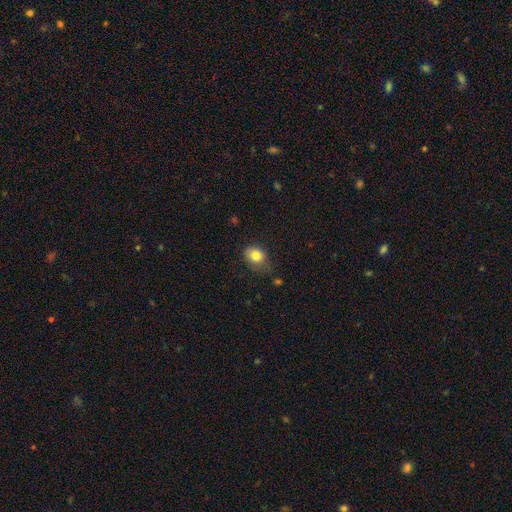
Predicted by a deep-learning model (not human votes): Morphology: type=smooth (83%); roundness=in between (50%); merging=none (70%).